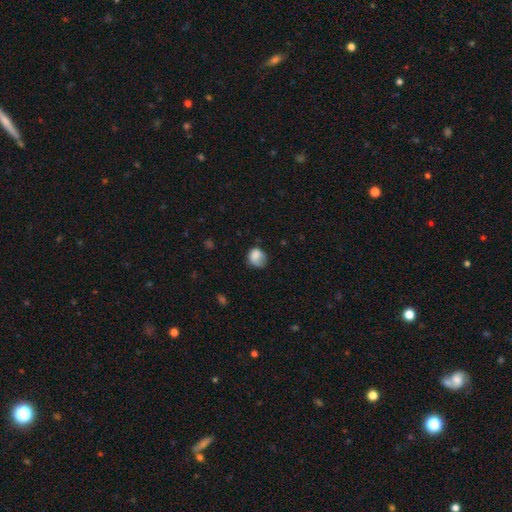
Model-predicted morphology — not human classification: smooth 79%, featured or disk 12%, star or artifact 9%. Down the decision tree: how rounded — round (64%); merging — none (45%).